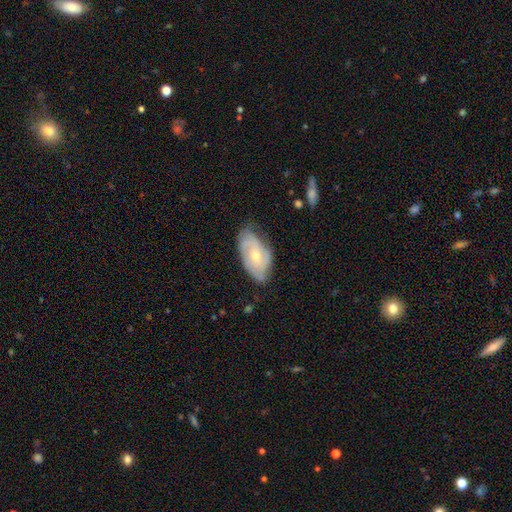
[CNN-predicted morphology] smooth-or-featured: featured or disk: 68% | smooth: 26% | star or artifact: 6%
  disk-edge-on: no: 94% | yes: 6%
    bar: no: 66% | weak: 28% | strong: 6%
    has-spiral-arms: yes: 86% | no: 14%
      spiral-winding: tight: 54% | medium: 35% | loose: 11%
      spiral-arm-count: 2: 36% | can't tell: 33% | 3: 20% | 4: 5% | 1: 4% | more than 4: 3%
    bulge-size: small: 51% | moderate: 45% | large: 1% | none: 1% | dominant: 1%
  merging: none: 63% | minor disturbance: 29% | major disturbance: 7% | merger: 1%